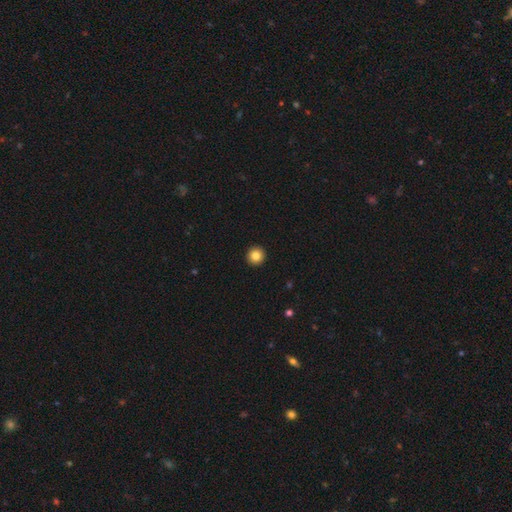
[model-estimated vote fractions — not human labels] Smooth or featured?
  - smooth: 84% *
  - star or artifact: 10%
  - featured or disk: 6%
How rounded?
  - round: 96% *
  - in between: 3%
  - cigar-shaped: 1%
Merging?
  - none: 94% *
  - minor disturbance: 4%
  - major disturbance: 1%
  - merger: 1%